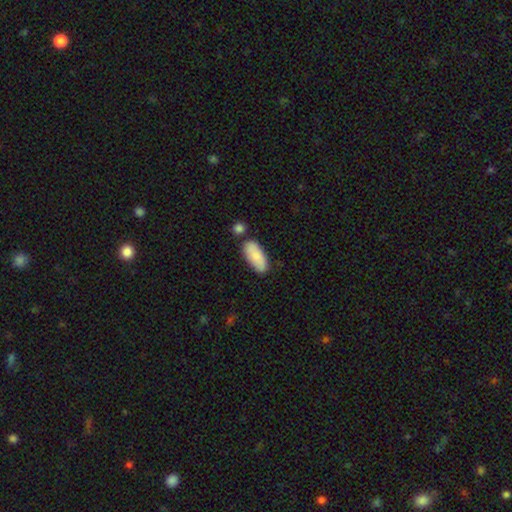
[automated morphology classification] smooth_or_featured: smooth (p=0.83) [alt: featured or disk p=0.11]
how_rounded: in between (p=0.86) [alt: cigar-shaped p=0.12]
merging: none (p=0.71) [alt: minor disturbance p=0.17]